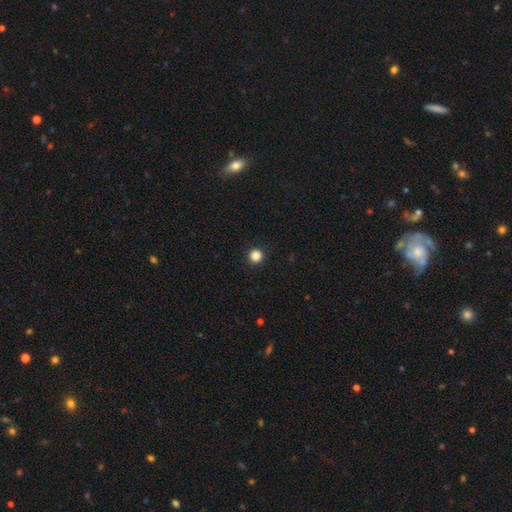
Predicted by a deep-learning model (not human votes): Q: Smooth or featured?
A: smooth (86%); runner-up: star or artifact (11%)
Q: How rounded?
A: round (95%); runner-up: in between (4%)
Q: Merging?
A: none (93%); runner-up: minor disturbance (4%)